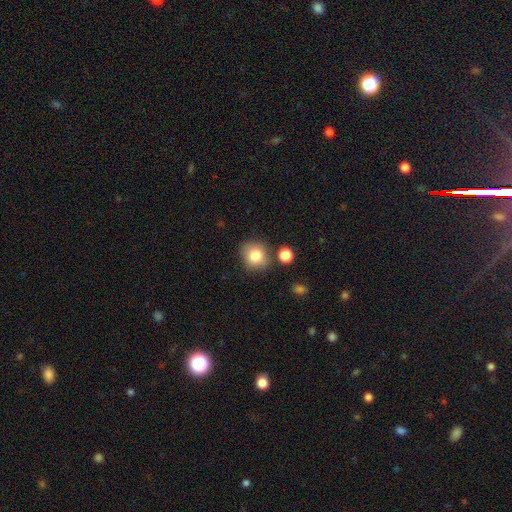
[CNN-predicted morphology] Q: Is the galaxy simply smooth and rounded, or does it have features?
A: smooth — 81%.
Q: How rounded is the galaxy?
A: round — 81%.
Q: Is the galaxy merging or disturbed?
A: none — 76%.